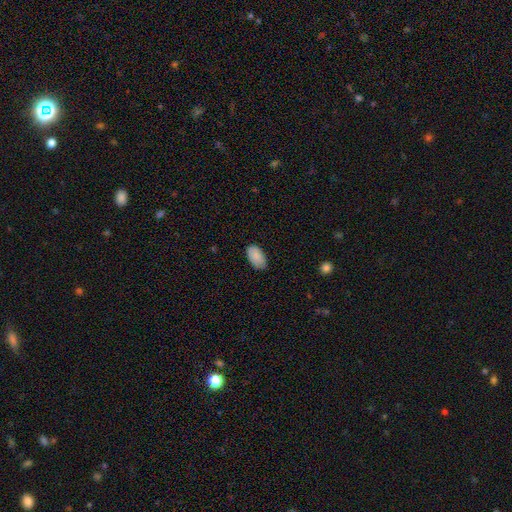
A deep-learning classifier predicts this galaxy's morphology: smooth_or_featured: smooth (p=0.86) [alt: featured or disk p=0.07]
how_rounded: in between (p=0.95) [alt: round p=0.04]
merging: none (p=0.79) [alt: minor disturbance p=0.18]